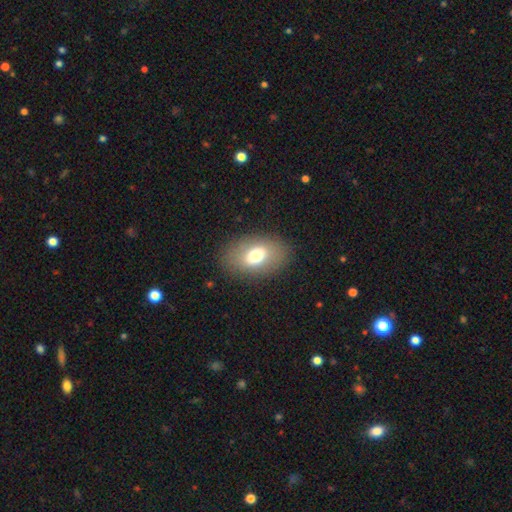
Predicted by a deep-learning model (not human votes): This appears to be a smooth galaxy with no disk features (68%) that is in between round and cigar-shaped (84%). Merging: none (84%).